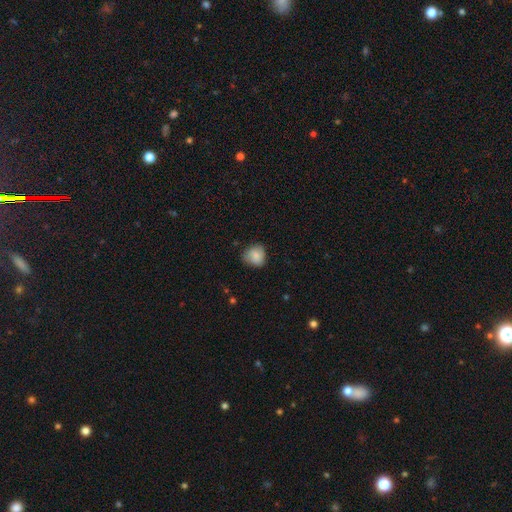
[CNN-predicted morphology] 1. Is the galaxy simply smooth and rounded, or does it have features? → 80% smooth, 12% featured or disk, 8% star or artifact.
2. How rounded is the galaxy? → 78% round, 21% in between, 1% cigar-shaped.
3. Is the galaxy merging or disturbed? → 68% none, 25% minor disturbance, 6% major disturbance, 1% merger.